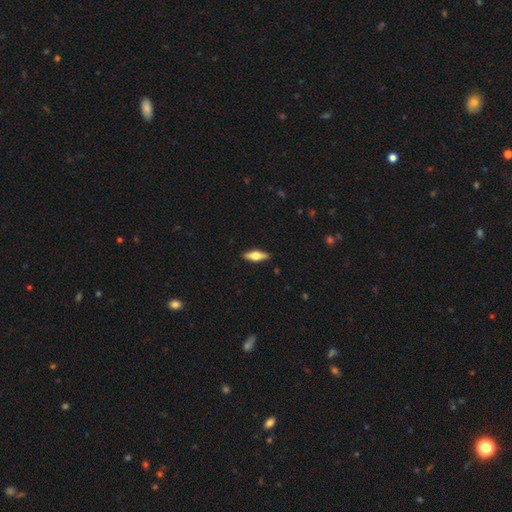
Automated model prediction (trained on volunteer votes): Smooth or featured?
  - featured or disk: 55% *
  - smooth: 39%
  - star or artifact: 6%
Edge-on disk?
  - yes: 94% *
  - no: 6%
Edge-on bulge?
  - rounded: 94% *
  - boxy: 4%
  - none: 2%
Merging?
  - none: 90% *
  - minor disturbance: 8%
  - major disturbance: 2%
  - merger: 1%